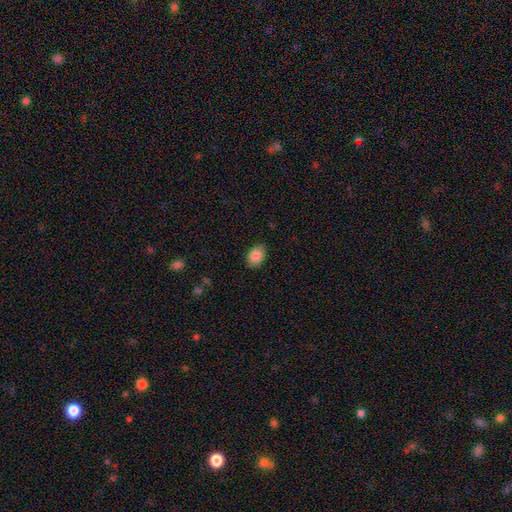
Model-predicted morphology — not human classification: This is clearly a smooth galaxy (88%). How rounded: clearly in between (81%). Merging: clearly none (85%).